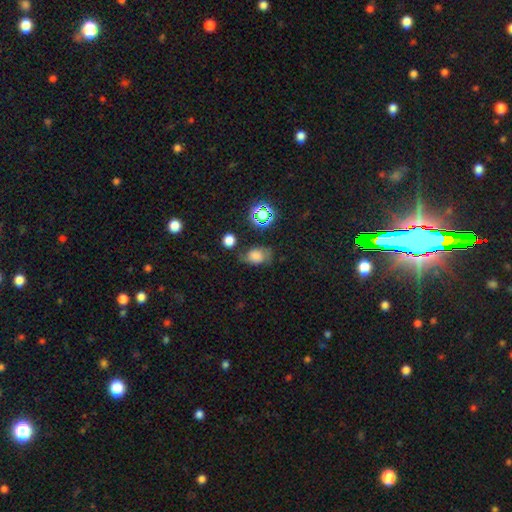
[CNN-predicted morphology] A smooth galaxy with no disk features (61%) that is in between round and cigar-shaped (68%).

Vote fractions:
- Smooth or featured? smooth: 61% / featured or disk: 21% / star or artifact: 18%
- How rounded? in between: 68% / round: 29% / cigar-shaped: 2%
- Merging? none: 53% / minor disturbance: 29% / major disturbance: 13% / merger: 5%